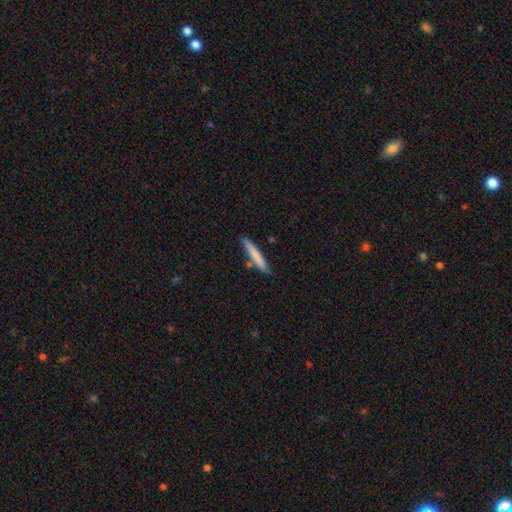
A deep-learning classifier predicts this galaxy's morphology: A smooth galaxy with no disk features (75%) that is cigar-shaped (95%).

Vote fractions:
- Smooth or featured? smooth: 75% / featured or disk: 19% / star or artifact: 6%
- How rounded? cigar-shaped: 95% / in between: 4% / round: 1%
- Merging? none: 81% / minor disturbance: 12% / merger: 6% / major disturbance: 2%